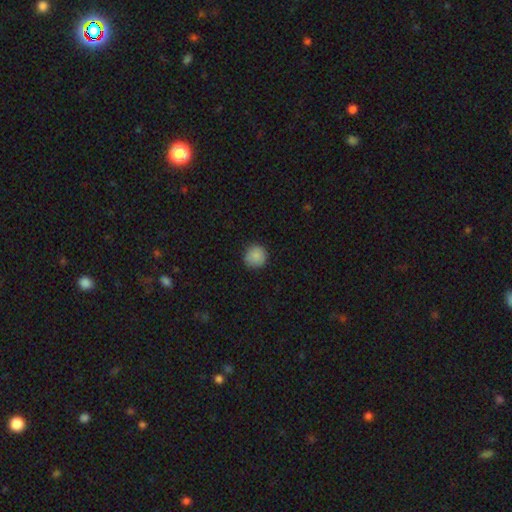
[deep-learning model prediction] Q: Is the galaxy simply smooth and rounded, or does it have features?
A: smooth — 87%.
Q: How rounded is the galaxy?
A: round — 94%.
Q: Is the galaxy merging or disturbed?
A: none — 88%.